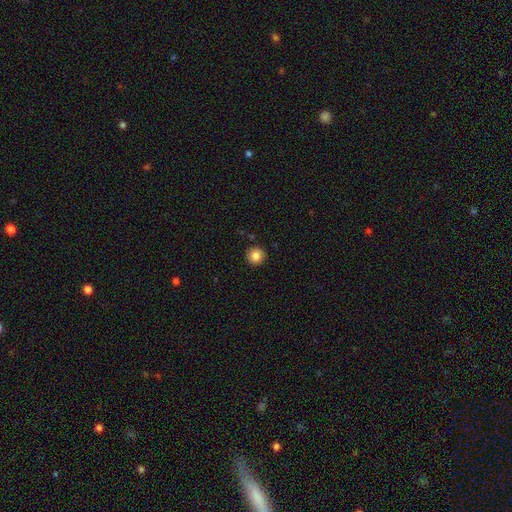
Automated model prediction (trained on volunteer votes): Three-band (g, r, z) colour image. It shows a smooth galaxy with no disk features (85%) that is round (95%). Merging: none (91%).